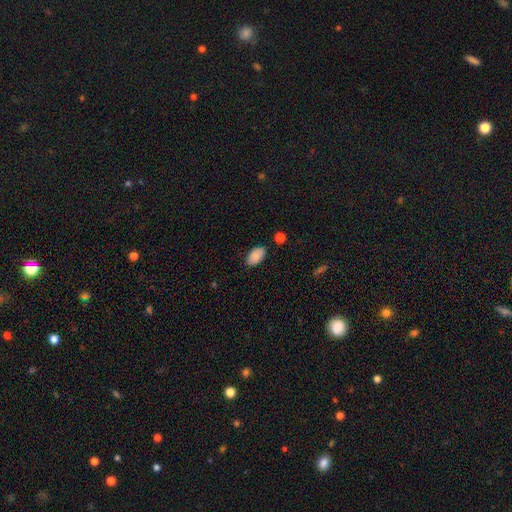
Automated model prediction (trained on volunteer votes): Smooth or featured?
  - smooth: 86% *
  - star or artifact: 7%
  - featured or disk: 7%
How rounded?
  - in between: 94% *
  - round: 4%
  - cigar-shaped: 2%
Merging?
  - none: 82% *
  - minor disturbance: 13%
  - major disturbance: 3%
  - merger: 3%